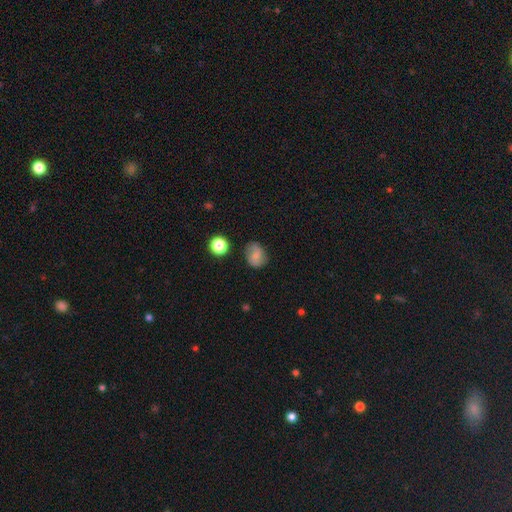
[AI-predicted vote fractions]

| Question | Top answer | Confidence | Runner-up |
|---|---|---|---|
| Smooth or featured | smooth | 66% | featured or disk (24%) |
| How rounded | round | 54% | in between (45%) |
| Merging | none | 73% | minor disturbance (20%) |